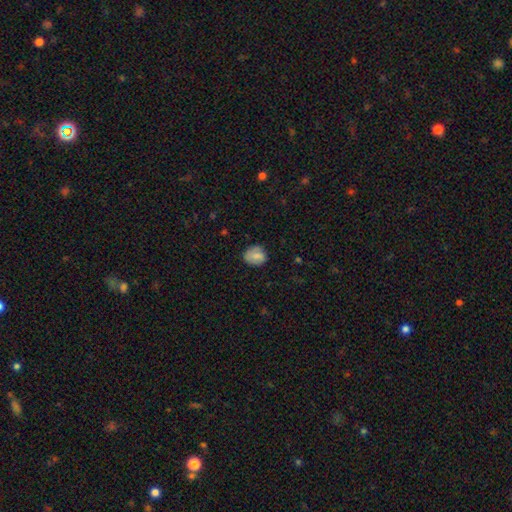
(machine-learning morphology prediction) smooth_or_featured: smooth (p=0.76) [alt: featured or disk p=0.16]
how_rounded: round (p=0.65) [alt: in between p=0.34]
merging: none (p=0.71) [alt: minor disturbance p=0.22]